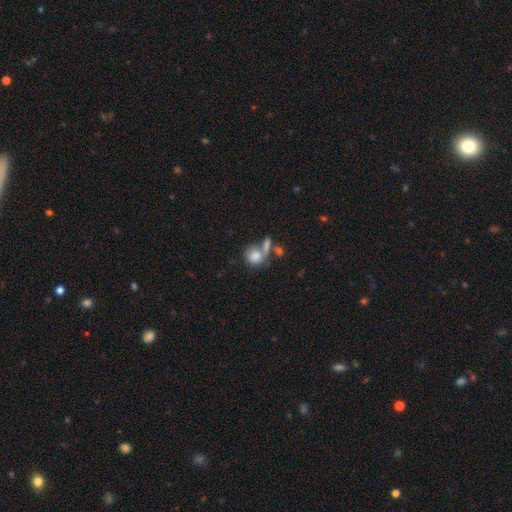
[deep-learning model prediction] This is likely a smooth galaxy (79%). How rounded: likely round (72%). Merging: marginally none (39%).